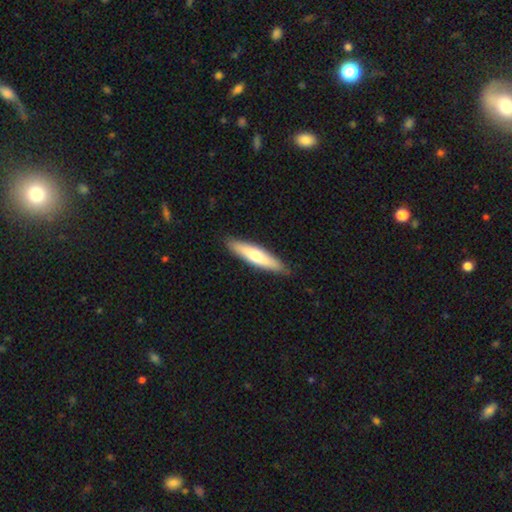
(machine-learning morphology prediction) smooth 61%, featured or disk 34%, star or artifact 5%. Down the decision tree: how rounded — cigar-shaped (79%); merging — none (88%).